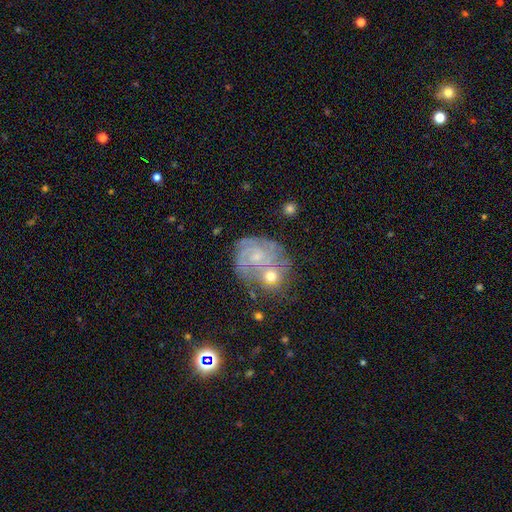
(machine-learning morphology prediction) Smooth or featured? Predicted: featured or disk (p=0.70). Edge-on disk? Predicted: no (p=0.98). Bar? Predicted: no (p=0.70). Spiral arms? Predicted: yes (p=0.87). Spiral winding? Predicted: tight (p=0.65). Spiral arm count? Predicted: can't tell (p=0.40). Bulge size? Predicted: small (p=0.65). Merging? Predicted: none (p=0.50).